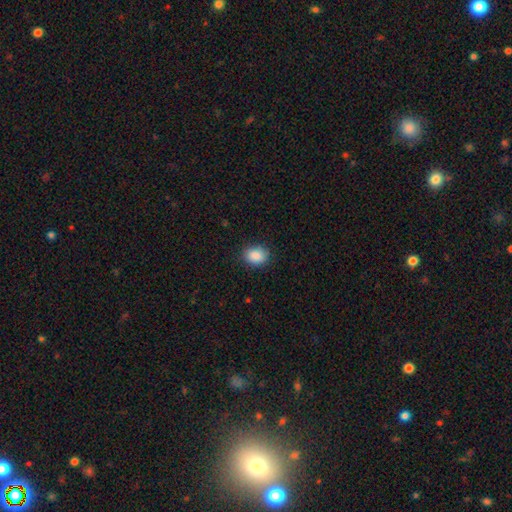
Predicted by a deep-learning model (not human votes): Q: Smooth or featured?
A: smooth (88%); runner-up: star or artifact (8%)
Q: How rounded?
A: in between (60%); runner-up: round (39%)
Q: Merging?
A: none (85%); runner-up: minor disturbance (11%)